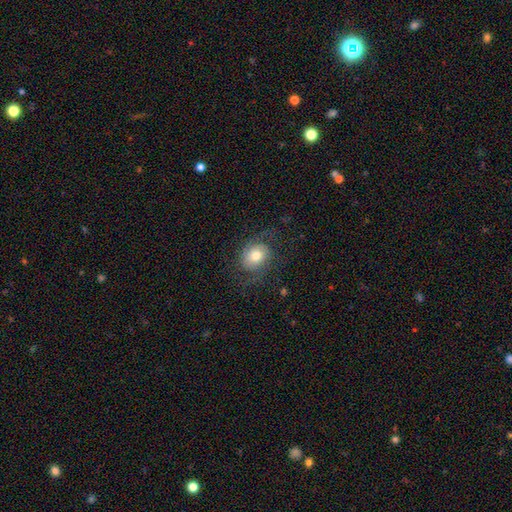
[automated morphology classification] Overall: smooth (56%; featured or disk 35%). How rounded: round (61%; in between 38%). Merging: none (68%).